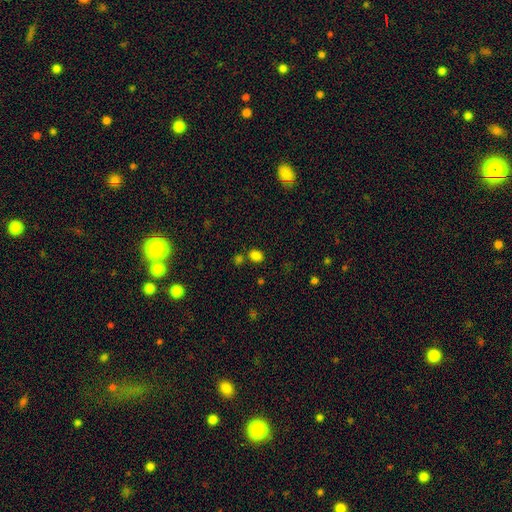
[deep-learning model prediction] Smooth or featured: smooth — 81% (star or artifact — 15%)
How rounded: in between — 58% (round — 41%)
Merging: none — 74% (merger — 12%)